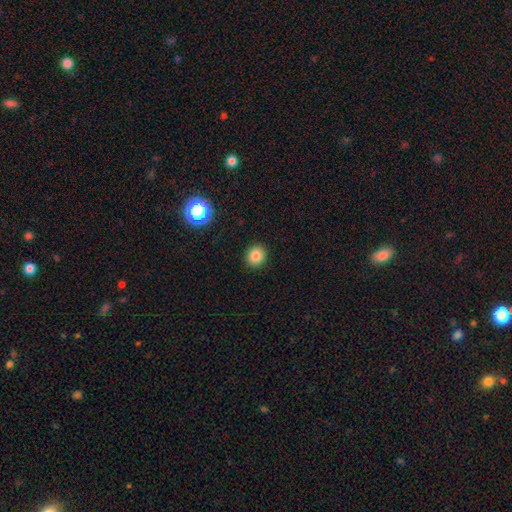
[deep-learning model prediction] A smooth galaxy with no disk features (83%) that is round (90%).

Vote fractions:
- Smooth or featured? smooth: 83% / star or artifact: 11% / featured or disk: 5%
- How rounded? round: 90% / in between: 9% / cigar-shaped: 1%
- Merging? none: 92% / minor disturbance: 5% / major disturbance: 2% / merger: 1%